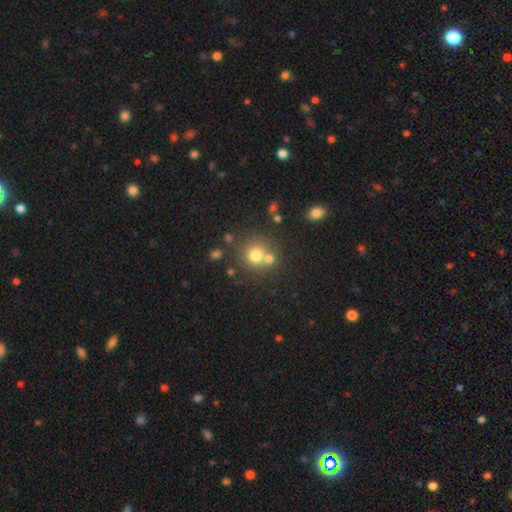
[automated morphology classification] smooth 73%, star or artifact 15%, featured or disk 12%. Down the decision tree: how rounded — round (89%); merging — none (58%).